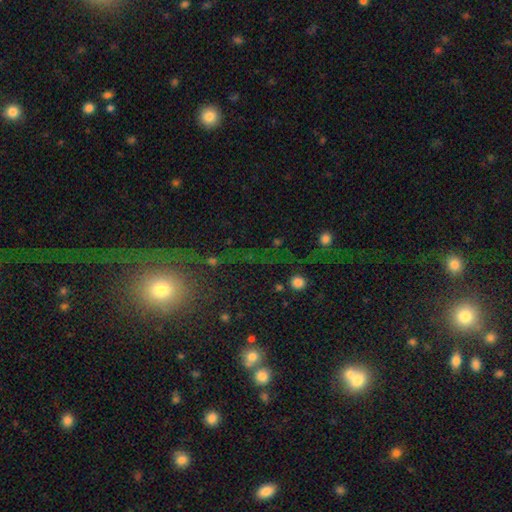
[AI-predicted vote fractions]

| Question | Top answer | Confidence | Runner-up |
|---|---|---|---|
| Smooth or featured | smooth | 40% | star or artifact (39%) |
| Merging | none | 65% | major disturbance (15%) |